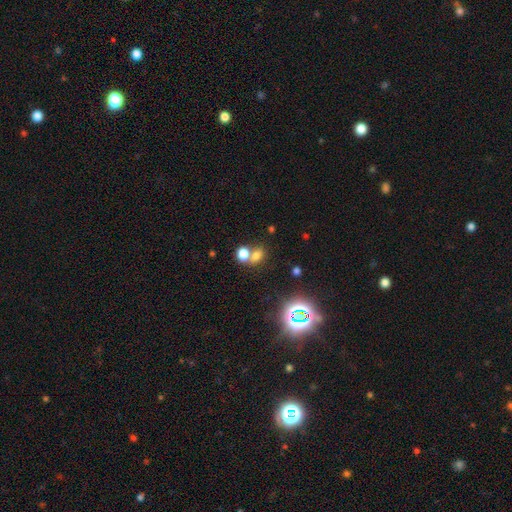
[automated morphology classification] A smooth galaxy with no disk features (69%) that is in between round and cigar-shaped (59%). Merging: merger (48%).